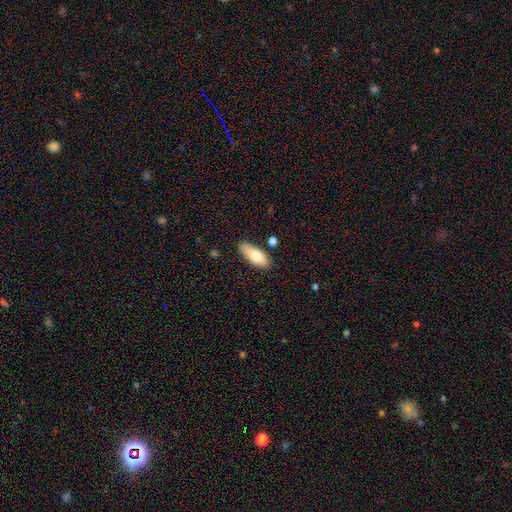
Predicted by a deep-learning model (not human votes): smooth-or-featured: smooth: 78% | featured or disk: 15% | star or artifact: 6%
  how-rounded: in between: 78% | cigar-shaped: 20% | round: 2%
  merging: none: 83% | minor disturbance: 12% | merger: 3% | major disturbance: 2%